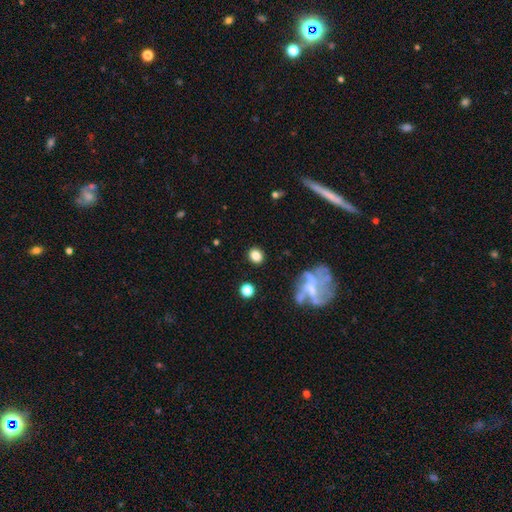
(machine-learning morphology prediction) This appears to be a smooth galaxy with no disk features (80%) that is round (69%). Merging: none (87%).